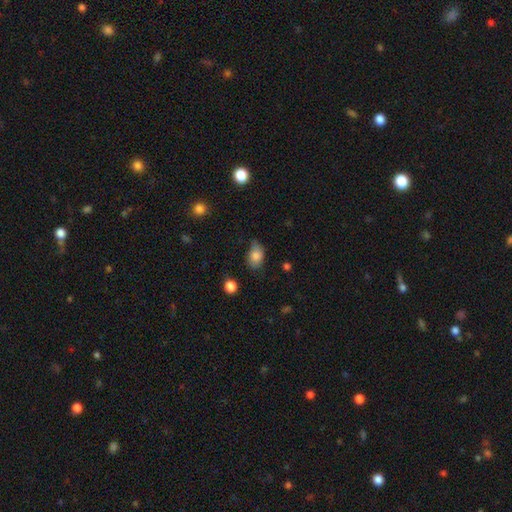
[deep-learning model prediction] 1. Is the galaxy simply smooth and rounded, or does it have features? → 81% smooth, 10% featured or disk, 9% star or artifact.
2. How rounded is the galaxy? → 82% in between, 16% round, 2% cigar-shaped.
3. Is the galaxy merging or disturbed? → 58% none, 33% minor disturbance, 7% major disturbance, 2% merger.